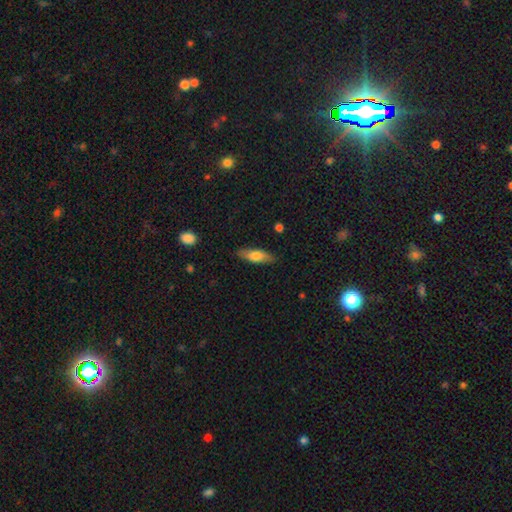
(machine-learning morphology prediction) Smooth or featured? Predicted: smooth (p=0.70). How rounded? Predicted: in between (p=0.56). Merging? Predicted: none (p=0.85).